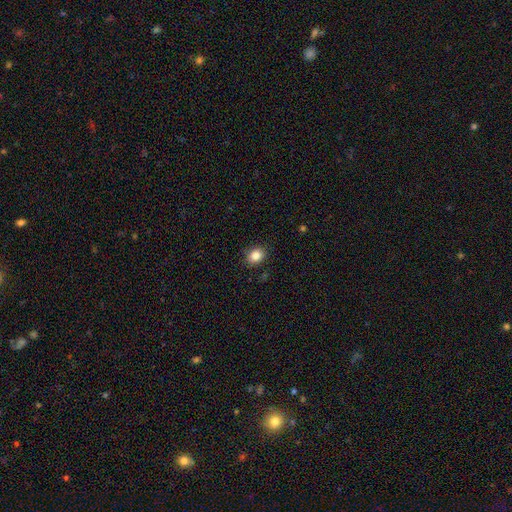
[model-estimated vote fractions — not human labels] smooth-or-featured: smooth: 85% | star or artifact: 10% | featured or disk: 5%
  how-rounded: round: 51% | in between: 48% | cigar-shaped: 1%
  merging: none: 87% | minor disturbance: 10% | major disturbance: 2% | merger: 1%